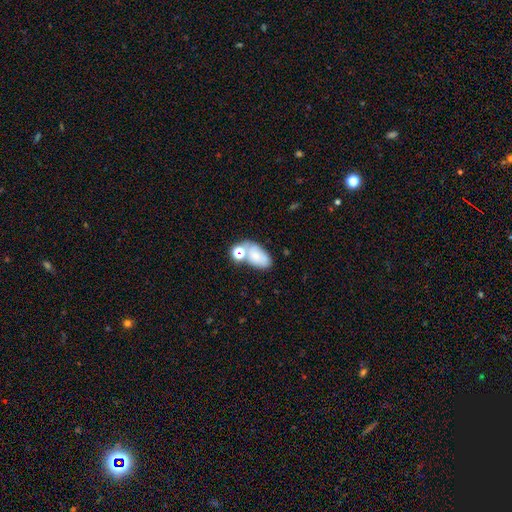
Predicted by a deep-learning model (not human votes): Q: Smooth or featured?
A: smooth (70%); runner-up: featured or disk (18%)
Q: How rounded?
A: in between (89%); runner-up: round (9%)
Q: Merging?
A: none (46%); runner-up: merger (30%)